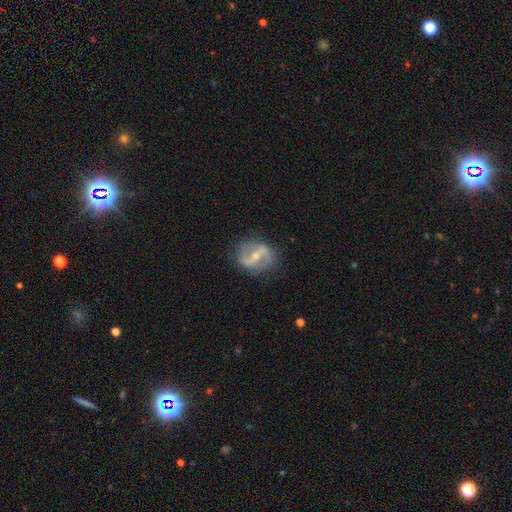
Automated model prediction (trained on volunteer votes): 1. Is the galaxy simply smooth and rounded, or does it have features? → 81% featured or disk, 13% smooth, 6% star or artifact.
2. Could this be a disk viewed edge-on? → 95% no, 5% yes.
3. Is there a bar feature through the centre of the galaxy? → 55% strong, 33% weak, 12% no.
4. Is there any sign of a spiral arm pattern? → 83% yes, 17% no.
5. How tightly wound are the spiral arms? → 45% loose, 39% medium, 16% tight.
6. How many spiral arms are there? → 89% 2, 6% can't tell, 2% 1, 1% 3, 1% 4, 1% more than 4.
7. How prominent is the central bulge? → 50% small, 45% moderate, 2% none, 2% large, 1% dominant.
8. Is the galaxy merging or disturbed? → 80% none, 14% minor disturbance, 5% major disturbance, 1% merger.